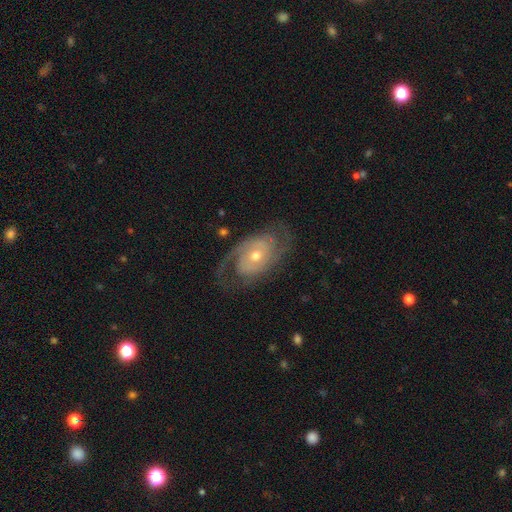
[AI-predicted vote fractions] Smooth or featured: featured or disk — 87% (smooth — 8%)
Edge-on disk: no — 96% (yes — 4%)
Bar: no — 70% (weak — 23%)
Spiral arms: yes — 95% (no — 5%)
Spiral winding: tight — 50% (medium — 38%)
Spiral arm count: 2 — 66% (can't tell — 14%)
Bulge size: moderate — 56% (small — 40%)
Merging: none — 72% (minor disturbance — 16%)